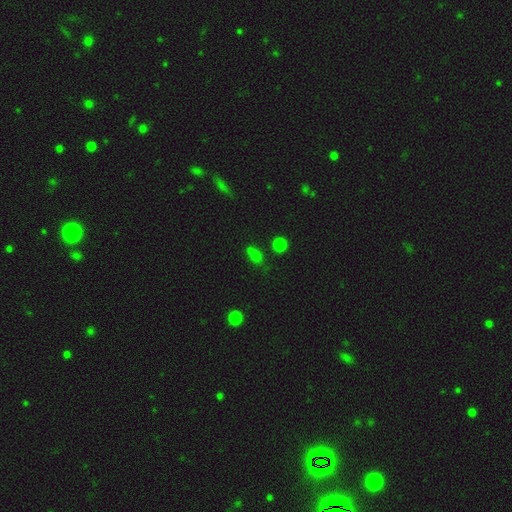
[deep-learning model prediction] Smooth or featured? Predicted: smooth (p=0.65). How rounded? Predicted: round (p=0.71). Merging? Predicted: none (p=0.51).